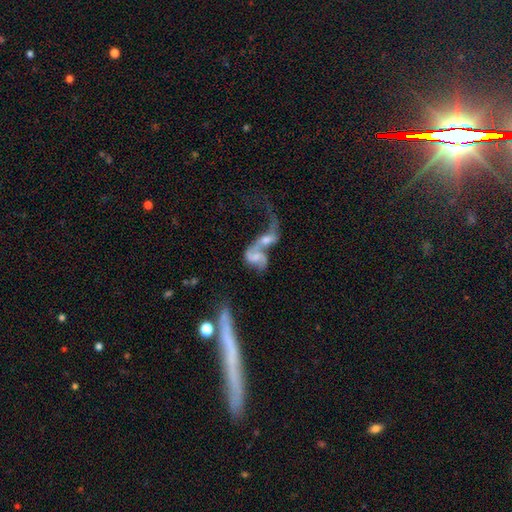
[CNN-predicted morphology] This appears to be a featured or disk galaxy (65%) with no bar (61%), spiral arms (78%) and a moderate central bulge (34%). Merging: merger (79%).